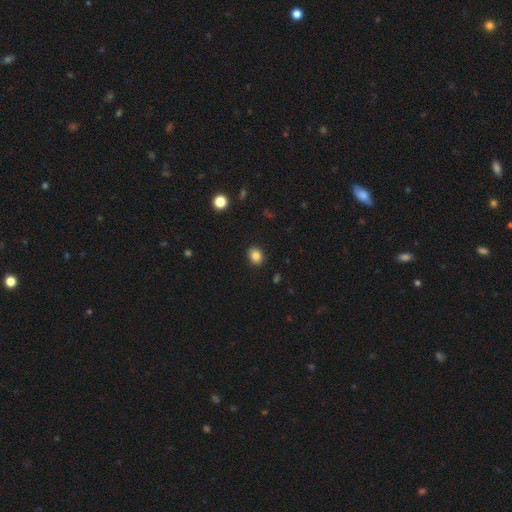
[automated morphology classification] A smooth galaxy with no disk features (84%) that is in between round and cigar-shaped (51%). Merging: none (90%).